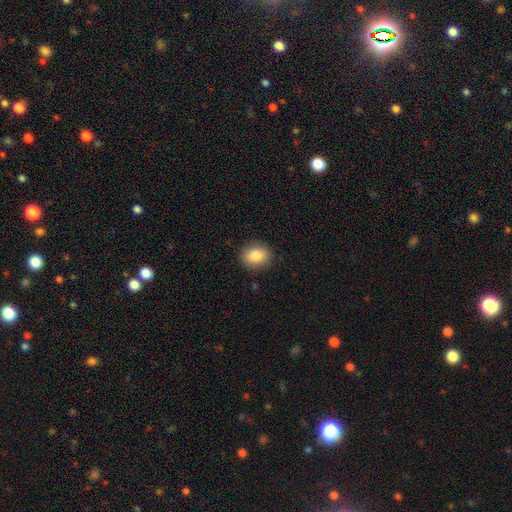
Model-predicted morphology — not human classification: Q: Smooth or featured?
A: smooth (84%); runner-up: star or artifact (8%)
Q: How rounded?
A: round (57%); runner-up: in between (42%)
Q: Merging?
A: none (89%); runner-up: minor disturbance (8%)